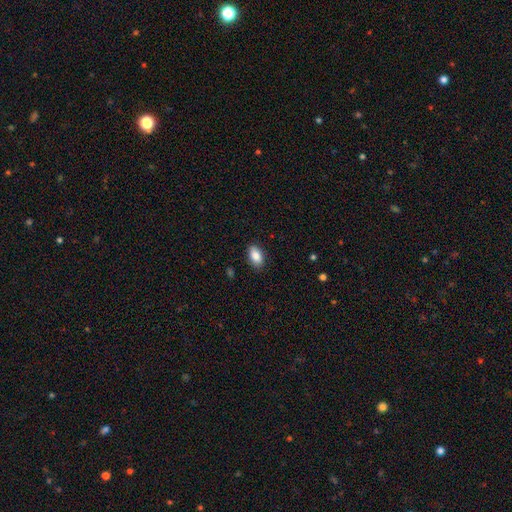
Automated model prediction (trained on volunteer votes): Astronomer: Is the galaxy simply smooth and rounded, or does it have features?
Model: smooth — 87%.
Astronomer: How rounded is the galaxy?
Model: in between — 93%.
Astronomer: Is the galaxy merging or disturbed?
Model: none — 87%.